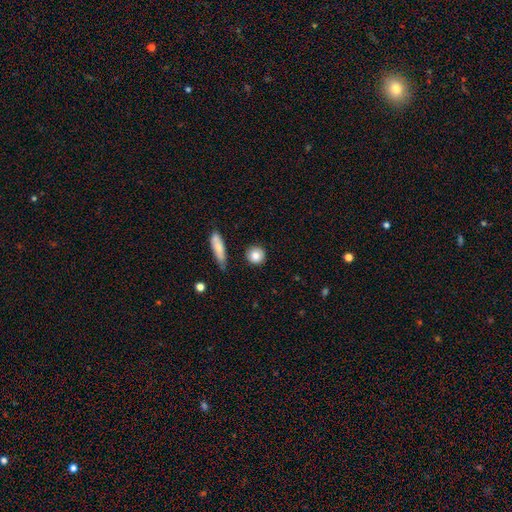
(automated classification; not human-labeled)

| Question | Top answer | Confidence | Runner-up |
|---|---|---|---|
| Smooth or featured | smooth | 83% | featured or disk (9%) |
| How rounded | round | 89% | in between (8%) |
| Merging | none | 85% | minor disturbance (10%) |